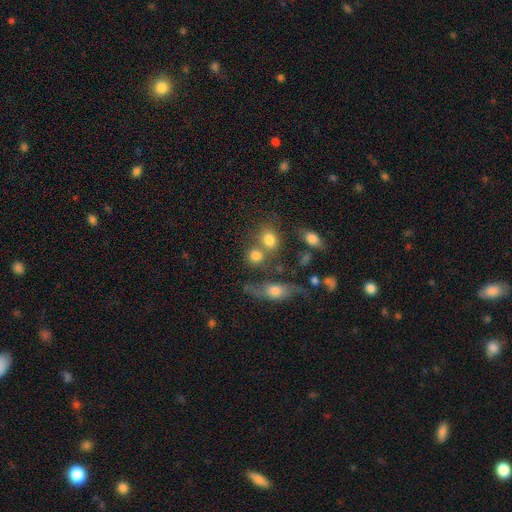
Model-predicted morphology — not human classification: type=smooth (77%); roundness=round (67%); merging=none (44%).